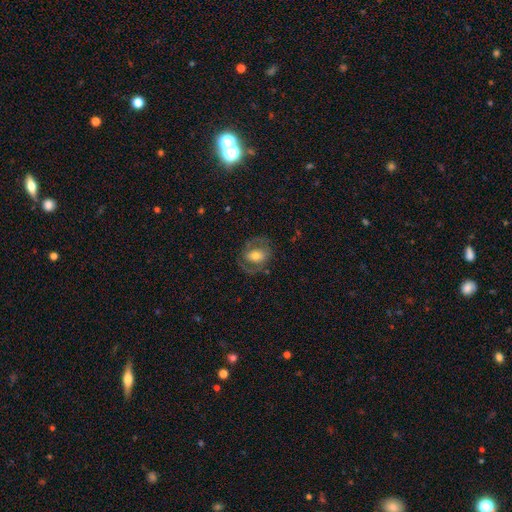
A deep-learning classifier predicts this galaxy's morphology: A featured or disk galaxy (54%) with no bar (52%), spiral arms (53%) and a moderate central bulge (65%).

Vote fractions:
- Smooth or featured? featured or disk: 54% / smooth: 39% / star or artifact: 7%
- Edge-on disk? no: 95% / yes: 5%
- Bar? no: 52% / weak: 32% / strong: 16%
- Spiral arms? yes: 53% / no: 47%
- Bulge size? moderate: 65% / small: 17% / large: 16% / dominant: 2% / none: 1%
- Merging? none: 71% / minor disturbance: 15% / major disturbance: 12% / merger: 1%